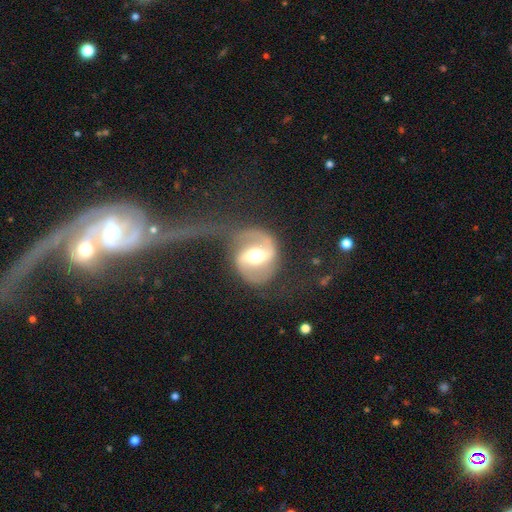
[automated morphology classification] featured or disk 84%, smooth 11%, star or artifact 5%. Down the decision tree: edge-on disk — no (97%); bar — strong (54%); spiral arms — yes (91%); spiral arm count — 2 (89%); spiral winding — medium (46%); bulge size — moderate (68%); merging — none (50%).